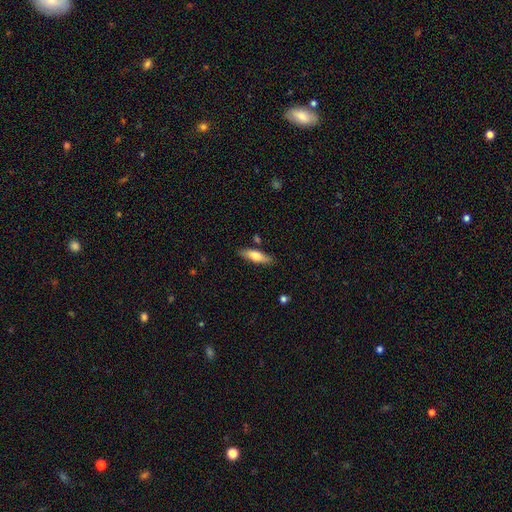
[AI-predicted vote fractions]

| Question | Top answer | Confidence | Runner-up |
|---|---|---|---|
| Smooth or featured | smooth | 69% | featured or disk (25%) |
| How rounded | cigar-shaped | 57% | in between (41%) |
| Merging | none | 83% | minor disturbance (11%) |